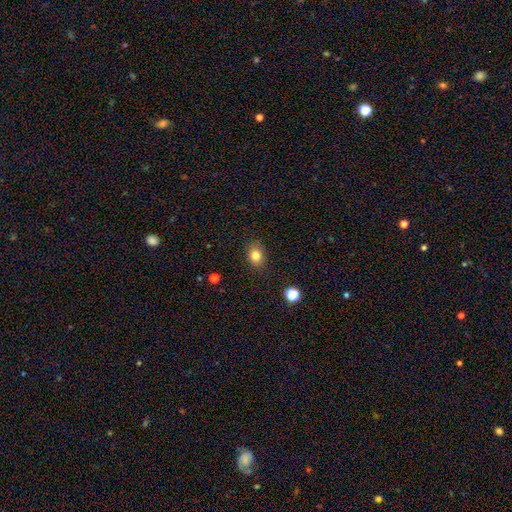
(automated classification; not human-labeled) smooth 81%, star or artifact 12%, featured or disk 7%. Down the decision tree: how rounded — in between (51%); merging — none (87%).